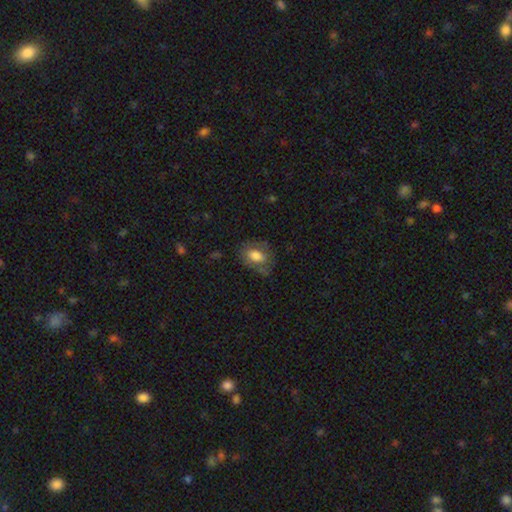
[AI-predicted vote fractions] This appears to be a smooth galaxy with no disk features (60%) that is in between round and cigar-shaped (79%). Merging: none (63%).